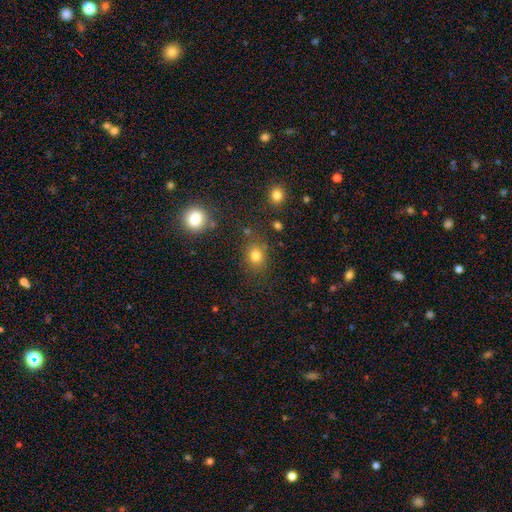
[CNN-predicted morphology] A smooth galaxy with no disk features (79%) that is round (68%). Merging: none (79%).